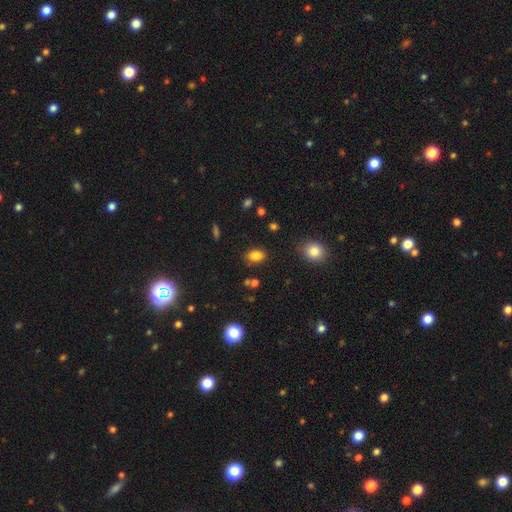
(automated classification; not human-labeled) Q: Smooth or featured?
A: smooth (83%); runner-up: star or artifact (11%)
Q: How rounded?
A: in between (80%); runner-up: round (19%)
Q: Merging?
A: none (83%); runner-up: minor disturbance (11%)